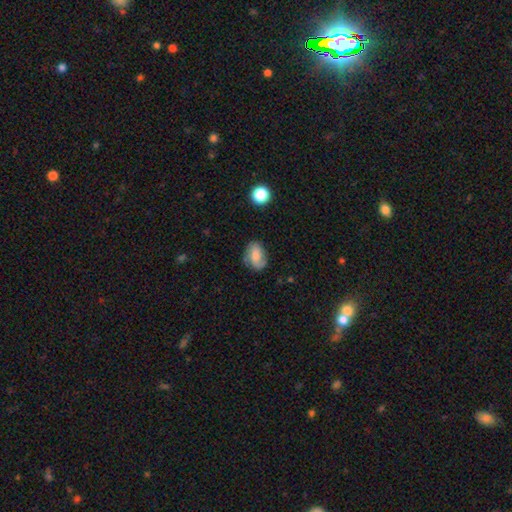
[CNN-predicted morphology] smooth-or-featured: smooth: 59% | featured or disk: 32% | star or artifact: 9%
  how-rounded: in between: 80% | round: 18% | cigar-shaped: 2%
  merging: none: 66% | minor disturbance: 24% | major disturbance: 8% | merger: 2%